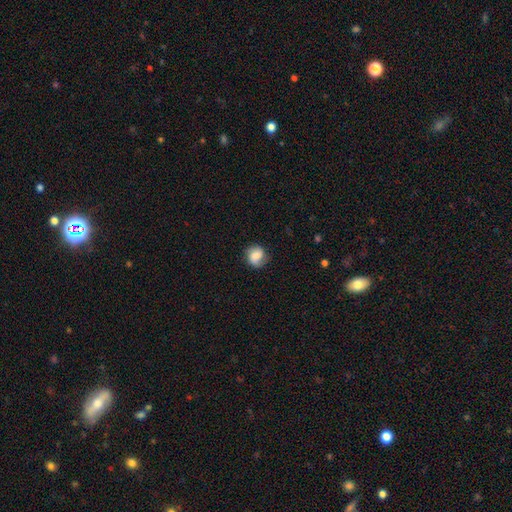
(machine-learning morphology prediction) A smooth galaxy with no disk features (58%) that is round (79%). Merging: none (73%).